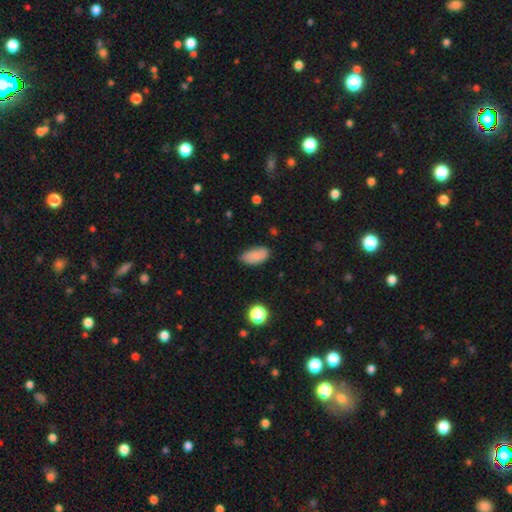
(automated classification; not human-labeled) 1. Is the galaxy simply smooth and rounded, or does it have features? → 78% smooth, 13% featured or disk, 9% star or artifact.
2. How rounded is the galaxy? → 92% in between, 4% round, 4% cigar-shaped.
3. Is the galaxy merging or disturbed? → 67% none, 26% minor disturbance, 4% major disturbance, 2% merger.